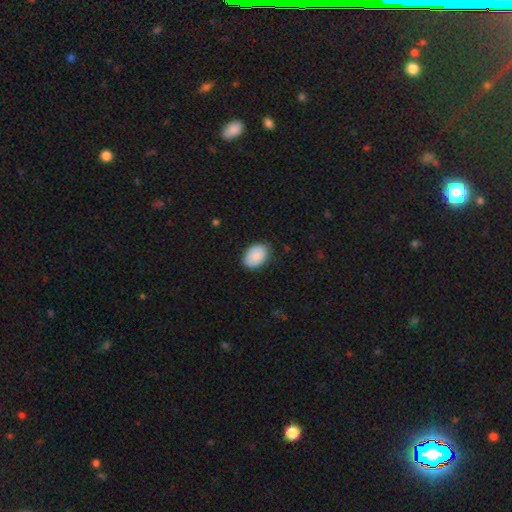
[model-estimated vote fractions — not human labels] This appears to be a smooth galaxy with no disk features (89%) that is in between round and cigar-shaped (81%). Merging: none (78%).